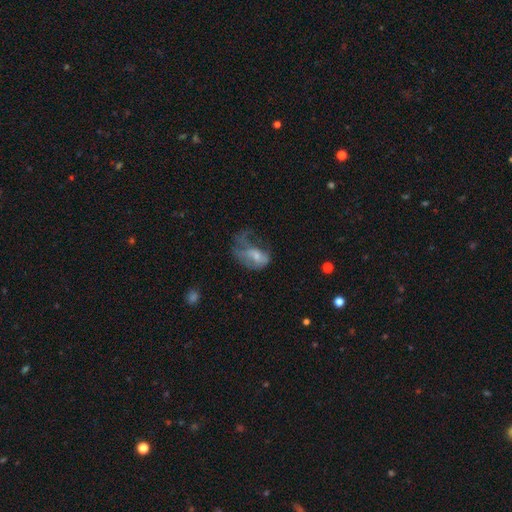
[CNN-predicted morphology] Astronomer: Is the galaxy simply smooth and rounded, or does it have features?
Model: smooth — 47% (runner-up: featured or disk, 43%).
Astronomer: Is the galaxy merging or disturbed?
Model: major disturbance — 62%.